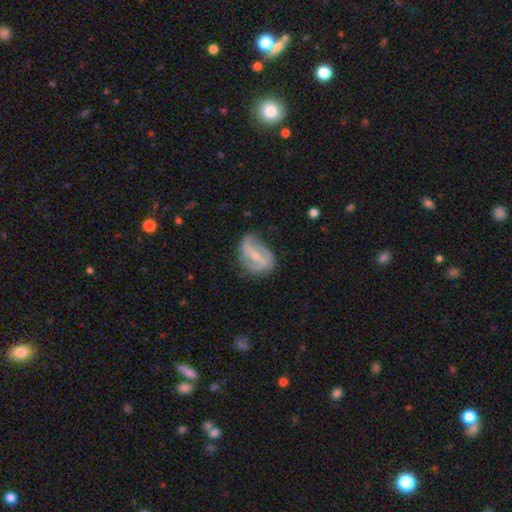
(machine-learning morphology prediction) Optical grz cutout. It shows a featured or disk galaxy (70%) with a strong bar (40%), 2 (72%) loose (40%) spiral arms (79%) and a small central bulge (57%). Merging: none (52%).